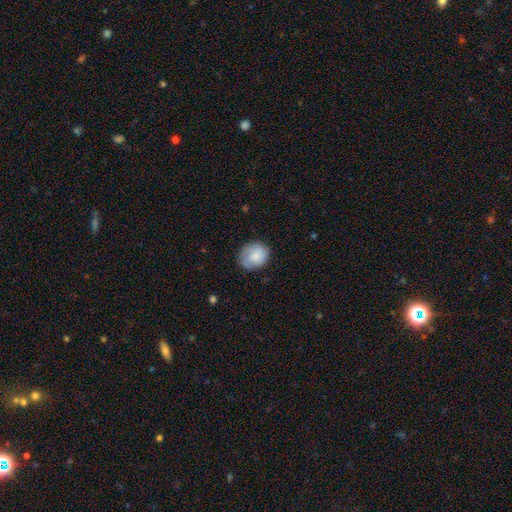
Smooth or featured: smooth — 75% (featured or disk — 15%)
How rounded: in between — 57% (round — 43%)
Merging: none — 53% (minor disturbance — 36%)